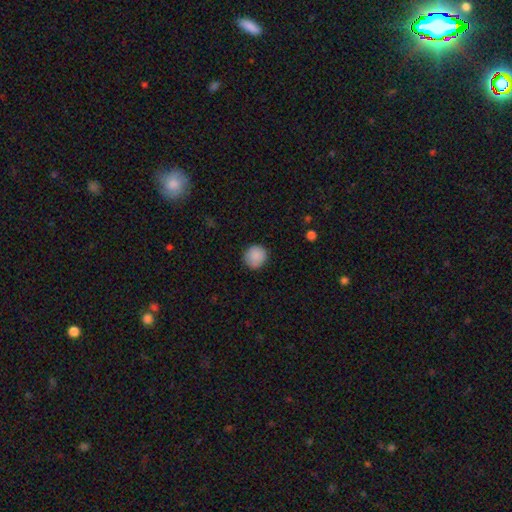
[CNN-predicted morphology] smooth-or-featured: smooth: 88% | star or artifact: 8% | featured or disk: 4%
  how-rounded: round: 91% | in between: 8% | cigar-shaped: 1%
  merging: none: 86% | minor disturbance: 10% | major disturbance: 2% | merger: 1%